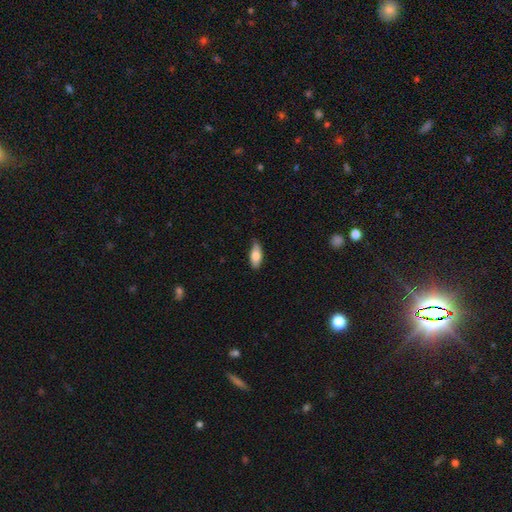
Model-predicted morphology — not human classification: A smooth galaxy with no disk features (77%) that is in between round and cigar-shaped (83%).

Vote fractions:
- Smooth or featured? smooth: 77% / featured or disk: 17% / star or artifact: 6%
- How rounded? in between: 83% / cigar-shaped: 15% / round: 3%
- Merging? none: 75% / minor disturbance: 21% / major disturbance: 3% / merger: 1%